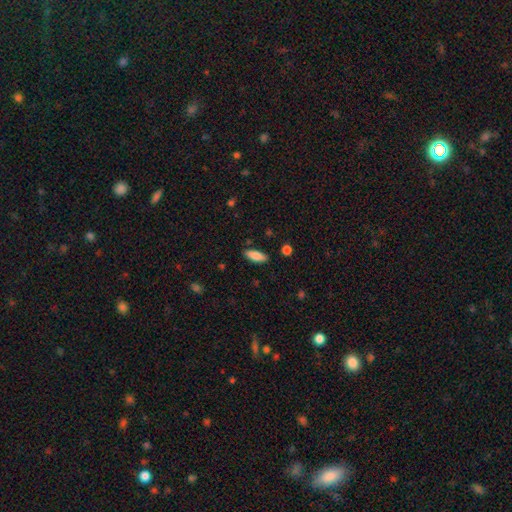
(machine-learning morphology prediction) Smooth or featured? Predicted: smooth (p=0.84). How rounded? Predicted: in between (p=0.69). Merging? Predicted: none (p=0.86).